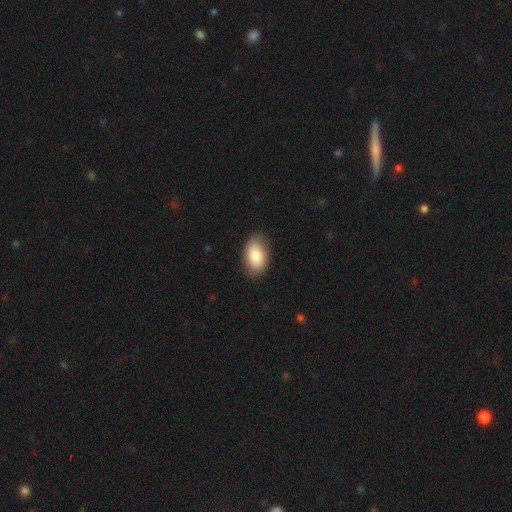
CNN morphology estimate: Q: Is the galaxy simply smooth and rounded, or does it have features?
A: smooth — 84%.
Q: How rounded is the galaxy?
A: in between — 93%.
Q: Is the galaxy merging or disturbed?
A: none — 82%.